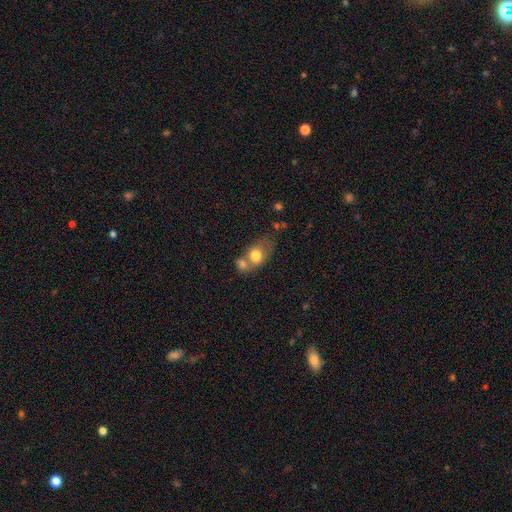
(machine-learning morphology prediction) smooth_or_featured: smooth (p=0.74) [alt: featured or disk p=0.18]
how_rounded: in between (p=0.63) [alt: round p=0.36]
merging: merger (p=0.52) [alt: none p=0.27]